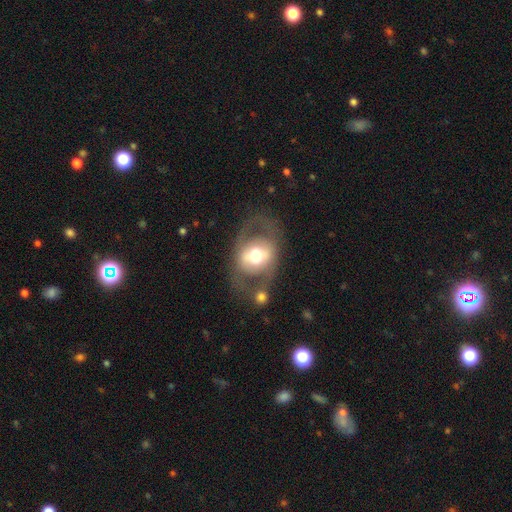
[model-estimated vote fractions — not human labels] Q: Smooth or featured?
A: featured or disk (54%); runner-up: smooth (39%)
Q: Edge-on disk?
A: no (91%); runner-up: yes (9%)
Q: Merging?
A: none (58%); runner-up: minor disturbance (16%)